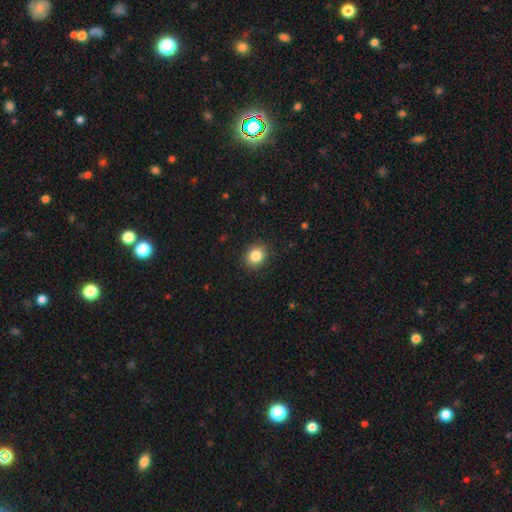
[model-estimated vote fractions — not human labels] This is clearly a smooth galaxy (84%). How rounded: likely round (62%). Merging: clearly none (89%).